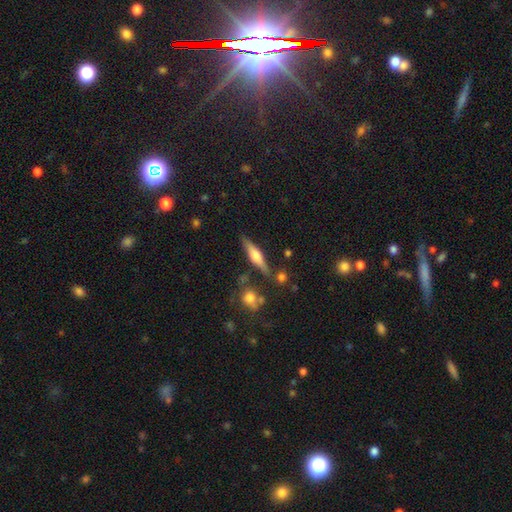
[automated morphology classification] type=featured or disk (54%); edge-on=yes (94%); edge-on bulge=rounded (85%); merging=none (78%).